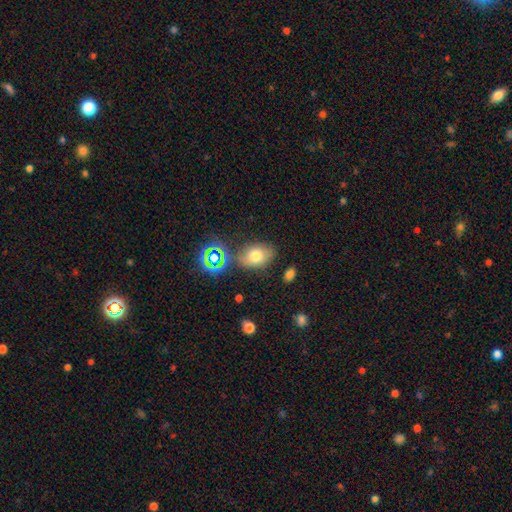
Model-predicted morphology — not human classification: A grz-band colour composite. It shows a smooth galaxy with no disk features (69%) that is in between round and cigar-shaped (76%). Merging: none (70%).